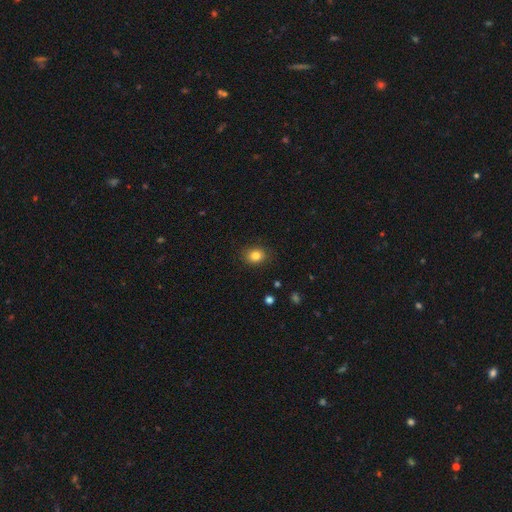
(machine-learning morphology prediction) The model was most divided on "how rounded": round: 60%, in between: 39%, cigar-shaped: 1%. More confident: merging — none (87%); smooth or featured — smooth (83%).